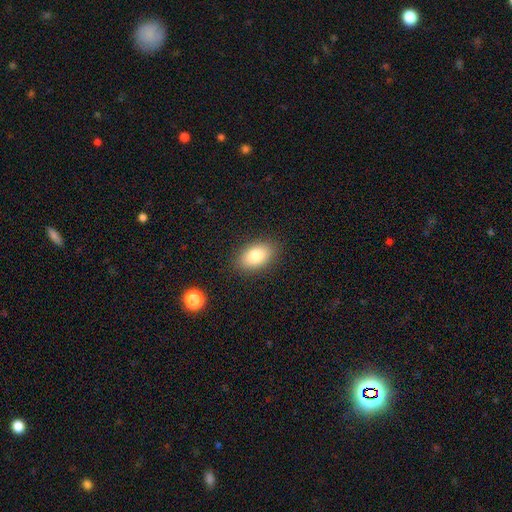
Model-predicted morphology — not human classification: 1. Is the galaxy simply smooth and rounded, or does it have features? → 81% smooth, 11% featured or disk, 9% star or artifact.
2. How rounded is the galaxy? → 89% in between, 10% round, 2% cigar-shaped.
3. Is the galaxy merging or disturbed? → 87% none, 9% minor disturbance, 3% major disturbance, 1% merger.